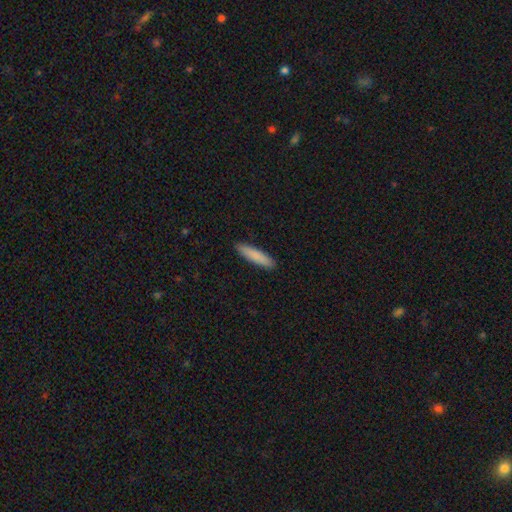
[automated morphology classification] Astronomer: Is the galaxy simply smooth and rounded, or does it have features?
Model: smooth — 85%.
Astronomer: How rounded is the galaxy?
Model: cigar-shaped — 84%.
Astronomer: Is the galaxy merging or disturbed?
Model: none — 91%.